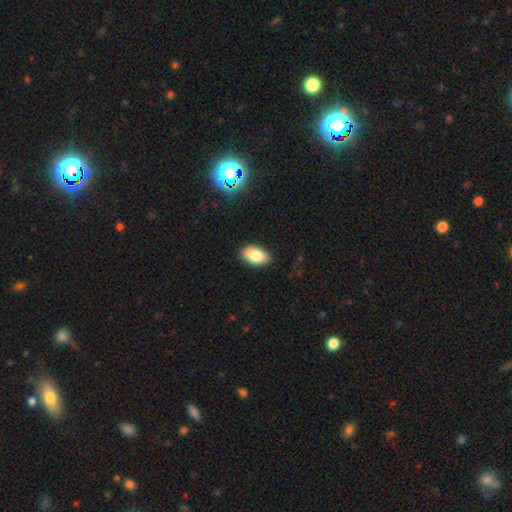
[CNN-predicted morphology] Smooth or featured?
  - smooth: 81% *
  - featured or disk: 11%
  - star or artifact: 8%
How rounded?
  - in between: 93% *
  - round: 5%
  - cigar-shaped: 2%
Merging?
  - none: 88% *
  - minor disturbance: 9%
  - major disturbance: 2%
  - merger: 1%